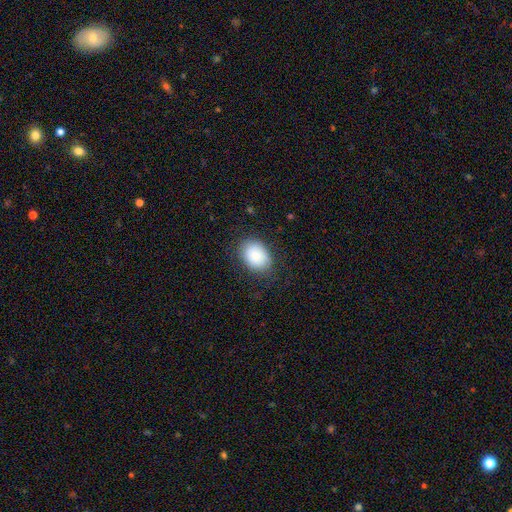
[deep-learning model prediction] A smooth galaxy with no disk features (84%) that is in between round and cigar-shaped (68%).

Vote fractions:
- Smooth or featured? smooth: 84% / featured or disk: 8% / star or artifact: 8%
- How rounded? in between: 68% / round: 32% / cigar-shaped: 1%
- Merging? none: 79% / minor disturbance: 15% / major disturbance: 5% / merger: 1%